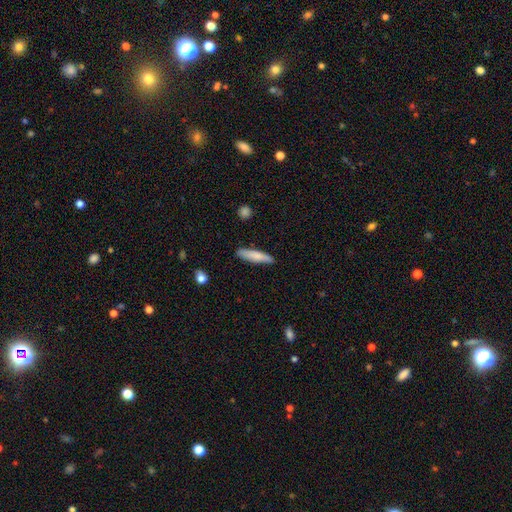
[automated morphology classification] Overall: smooth (77%). How rounded: cigar-shaped (82%). Merging: none (85%).